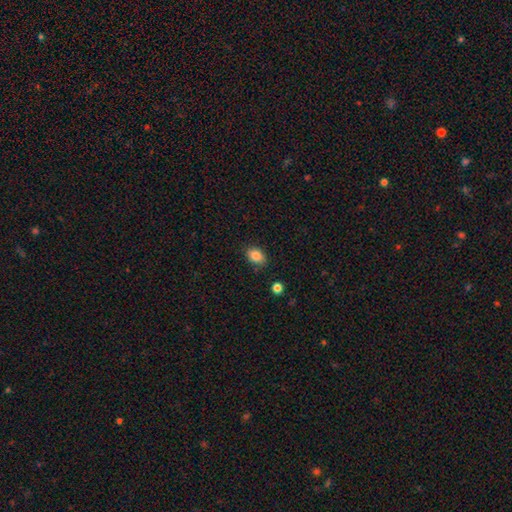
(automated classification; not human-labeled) Morphology: type=smooth (85%); roundness=in between (75%); merging=none (83%).